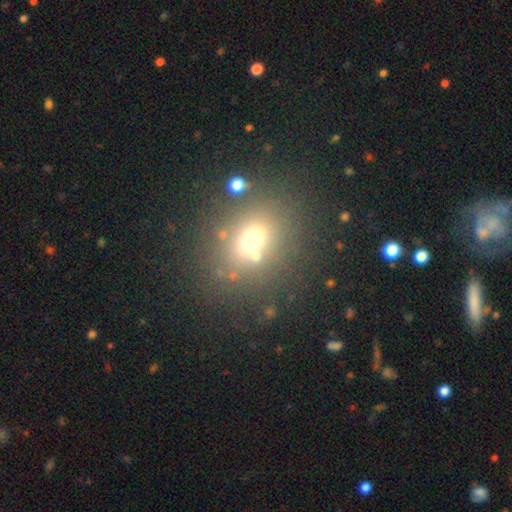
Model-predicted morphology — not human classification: A smooth galaxy with no disk features (64%) that is round (54%). Merging: none (66%).